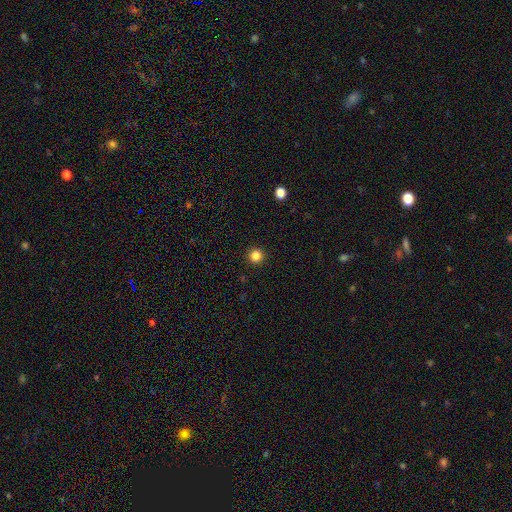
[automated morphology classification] The model was most divided on "smooth or featured": smooth: 85%, star or artifact: 12%, featured or disk: 3%. More confident: how rounded — round (96%); merging — none (93%).